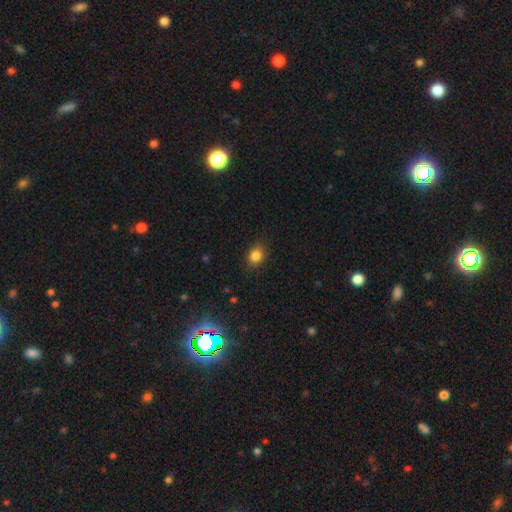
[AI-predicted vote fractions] smooth 84%, star or artifact 11%, featured or disk 5%. Down the decision tree: how rounded — round (58%); merging — none (82%).